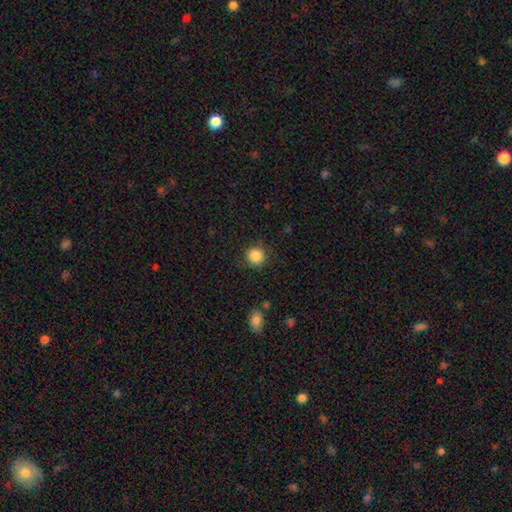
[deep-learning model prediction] A smooth galaxy with no disk features (87%) that is round (94%).

Vote fractions:
- Smooth or featured? smooth: 87% / star or artifact: 10% / featured or disk: 4%
- How rounded? round: 94% / in between: 6% / cigar-shaped: 1%
- Merging? none: 86% / minor disturbance: 9% / major disturbance: 3% / merger: 1%